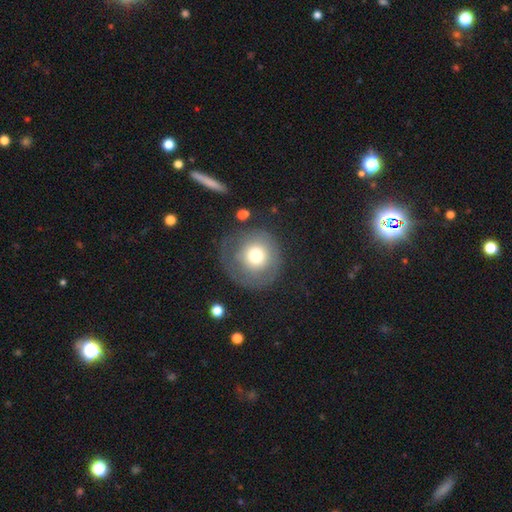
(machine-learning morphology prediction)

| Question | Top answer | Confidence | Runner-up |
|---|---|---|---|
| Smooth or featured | smooth | 65% | featured or disk (26%) |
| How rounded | round | 92% | in between (7%) |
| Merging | none | 59% | minor disturbance (20%) |